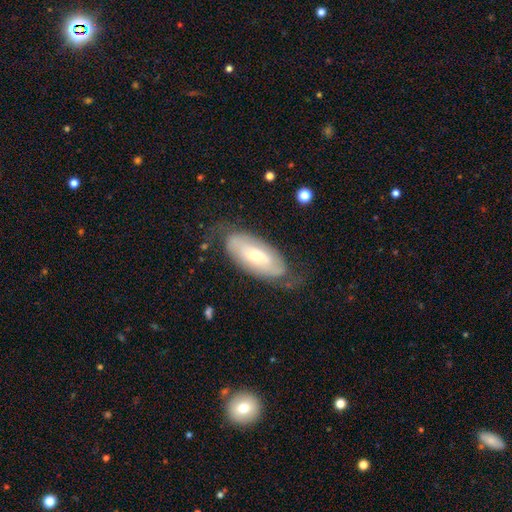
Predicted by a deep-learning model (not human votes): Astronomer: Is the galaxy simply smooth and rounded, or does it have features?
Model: featured or disk — 62%.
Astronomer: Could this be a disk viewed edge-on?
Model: no — 88%.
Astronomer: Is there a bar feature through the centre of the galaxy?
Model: no — 53% (runner-up: weak, 31%).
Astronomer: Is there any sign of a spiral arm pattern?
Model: yes — 71%.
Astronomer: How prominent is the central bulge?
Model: small — 52% (runner-up: moderate, 43%).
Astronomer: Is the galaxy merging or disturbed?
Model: none — 66%.